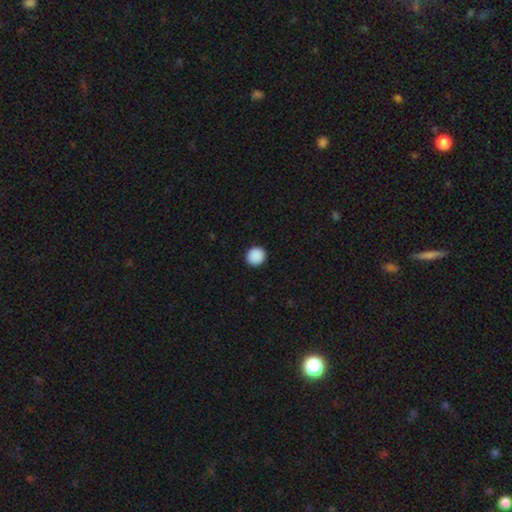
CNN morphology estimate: This is clearly a smooth galaxy (90%). How rounded: clearly round (92%). Merging: clearly none (93%).